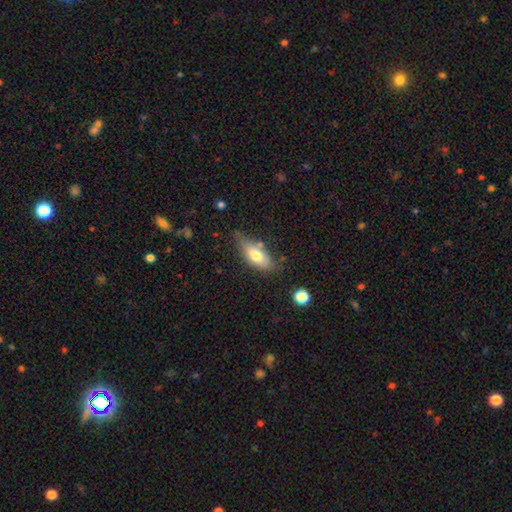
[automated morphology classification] The model was most divided on "merging": none: 62%, minor disturbance: 25%, merger: 7%, major disturbance: 6%. More confident: how rounded — in between (79%); smooth or featured — smooth (70%).